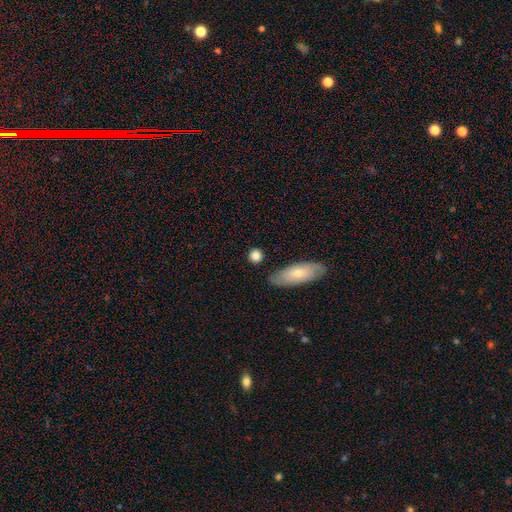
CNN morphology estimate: smooth_or_featured: smooth (p=0.84) [alt: featured or disk p=0.08]
how_rounded: round (p=0.81) [alt: in between p=0.15]
merging: none (p=0.81) [alt: minor disturbance p=0.10]